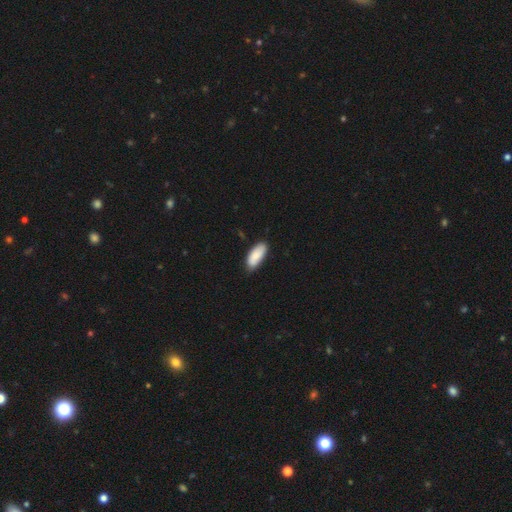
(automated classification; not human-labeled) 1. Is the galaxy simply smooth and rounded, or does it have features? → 85% smooth, 9% featured or disk, 6% star or artifact.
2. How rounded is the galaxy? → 83% in between, 15% cigar-shaped, 2% round.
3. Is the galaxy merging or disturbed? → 77% none, 19% minor disturbance, 2% major disturbance, 1% merger.